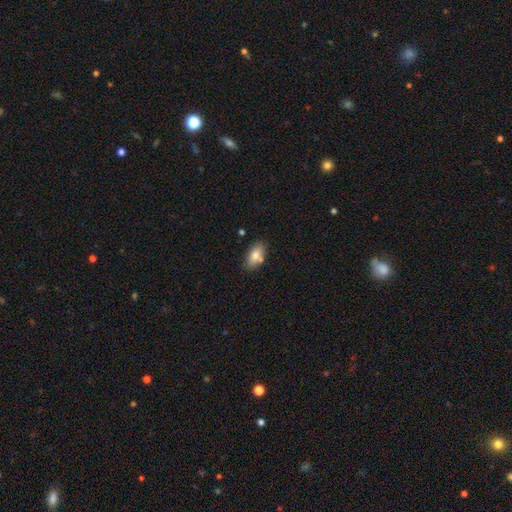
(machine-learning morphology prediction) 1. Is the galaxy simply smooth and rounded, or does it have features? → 79% smooth, 14% featured or disk, 8% star or artifact.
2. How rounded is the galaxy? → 91% in between, 5% round, 5% cigar-shaped.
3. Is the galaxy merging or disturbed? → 74% none, 15% minor disturbance, 9% merger, 3% major disturbance.